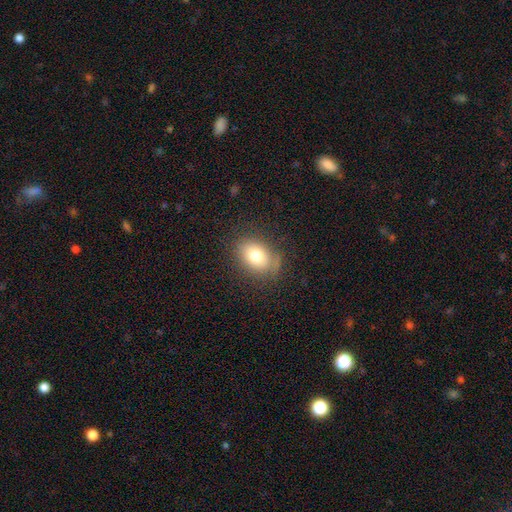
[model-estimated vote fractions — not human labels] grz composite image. It shows a smooth galaxy with no disk features (76%) that is in between round and cigar-shaped (77%). Merging: none (76%).